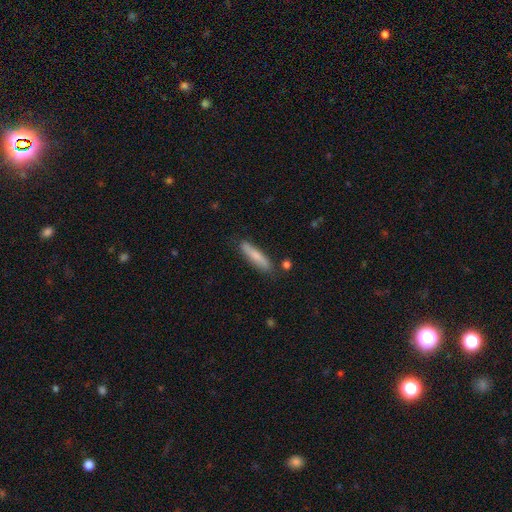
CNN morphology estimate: Smooth or featured? smooth (75%)
How rounded? cigar-shaped (85%)
Merging? none (81%)